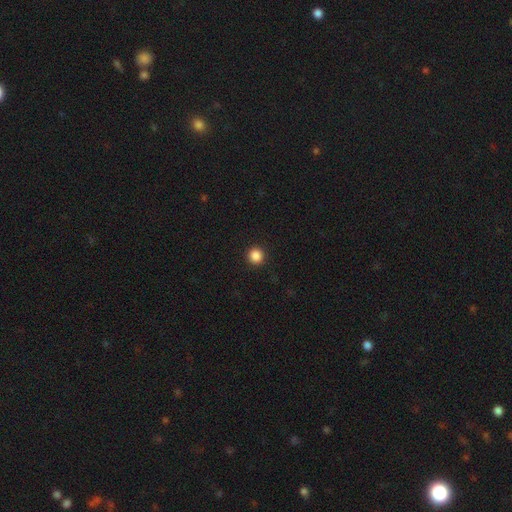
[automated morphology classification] A smooth galaxy with no disk features (87%) that is round (95%). Merging: none (93%).